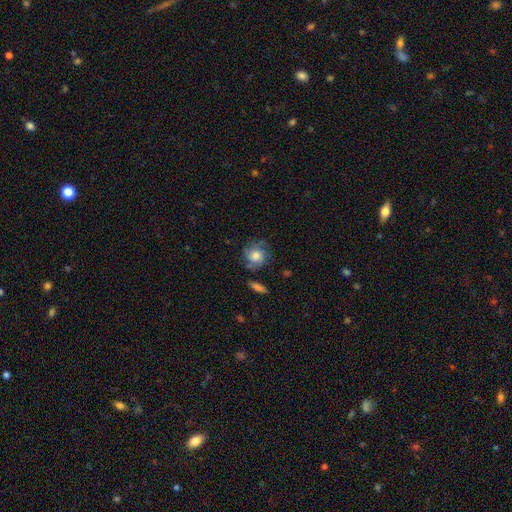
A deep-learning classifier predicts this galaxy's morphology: This is possibly a featured or disk galaxy (54%). It is clearly not viewed edge-on (97%). Bar: likely no (79%). Spiral arm pattern: clearly yes (87%). Central bulge: possibly moderate (58%). Merging: likely none (69%).